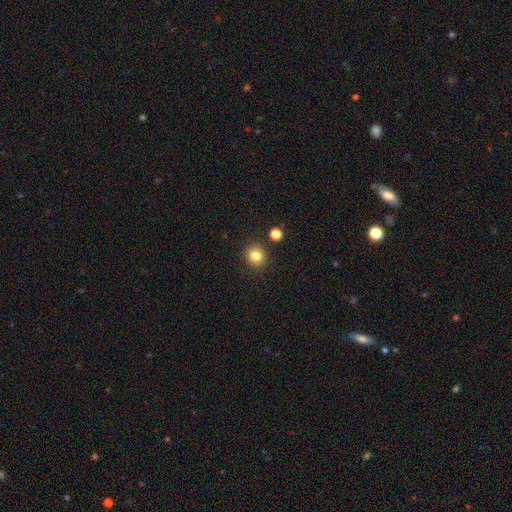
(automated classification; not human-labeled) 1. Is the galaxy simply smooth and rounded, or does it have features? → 83% smooth, 12% star or artifact, 5% featured or disk.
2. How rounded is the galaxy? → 90% round, 9% in between, 1% cigar-shaped.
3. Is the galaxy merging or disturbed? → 89% none, 6% minor disturbance, 3% merger, 2% major disturbance.